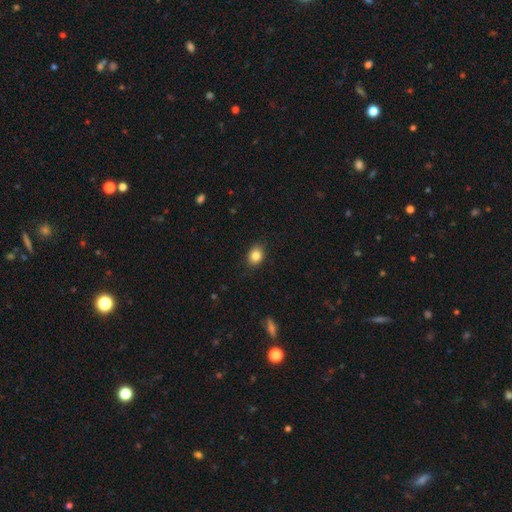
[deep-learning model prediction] smooth 85%, star or artifact 10%, featured or disk 6%. Down the decision tree: how rounded — in between (56%); merging — none (86%).